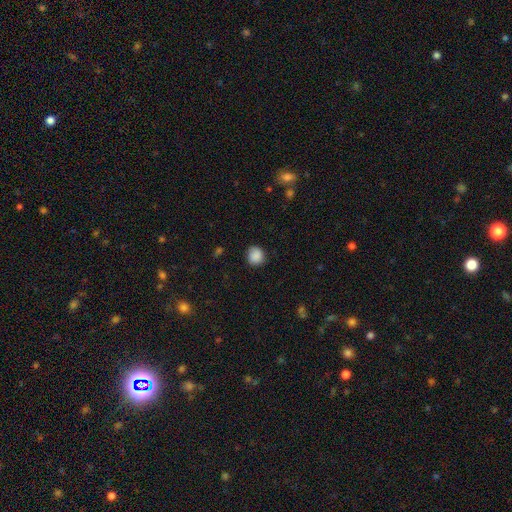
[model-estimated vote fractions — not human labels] Smooth or featured: smooth — 88% (star or artifact — 9%)
How rounded: round — 83% (in between — 16%)
Merging: none — 84% (minor disturbance — 12%)